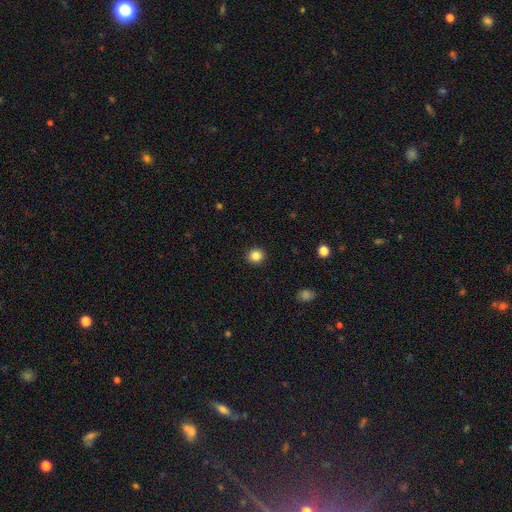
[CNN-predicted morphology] type=smooth (85%); roundness=round (91%); merging=none (93%).